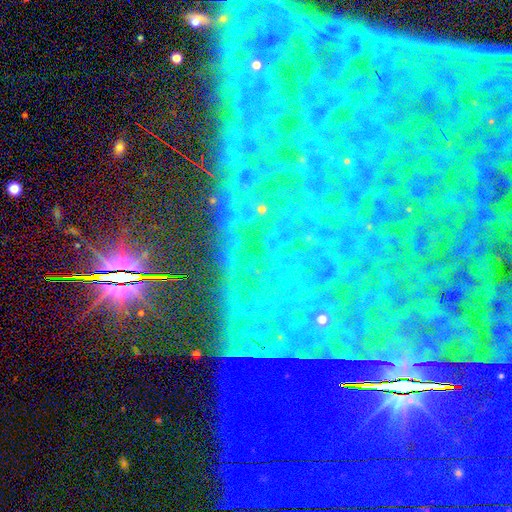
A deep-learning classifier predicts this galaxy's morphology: The model was most divided on "smooth or featured": star or artifact: 87%, featured or disk: 7%, smooth: 6%.